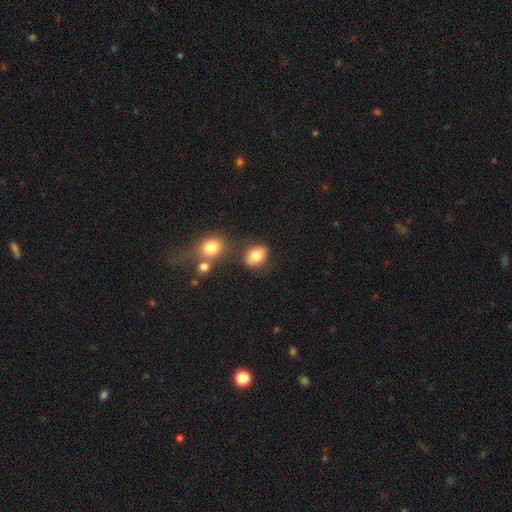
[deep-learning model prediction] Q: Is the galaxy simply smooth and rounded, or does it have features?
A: smooth — 80%.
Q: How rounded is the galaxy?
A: in between — 65%.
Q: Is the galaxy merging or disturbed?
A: none — 72%.